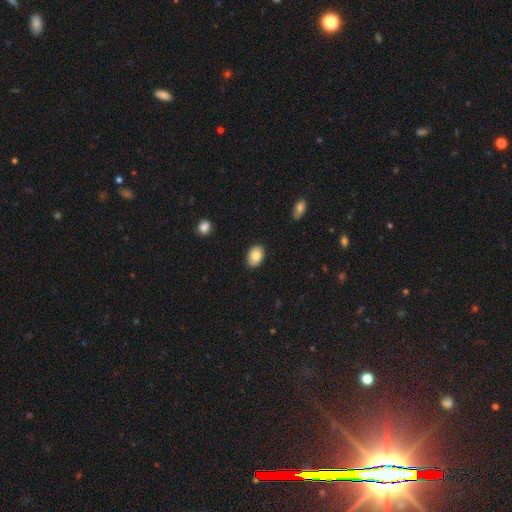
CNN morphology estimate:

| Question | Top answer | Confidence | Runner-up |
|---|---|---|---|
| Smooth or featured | smooth | 82% | featured or disk (11%) |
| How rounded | in between | 80% | round (19%) |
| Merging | none | 87% | minor disturbance (10%) |